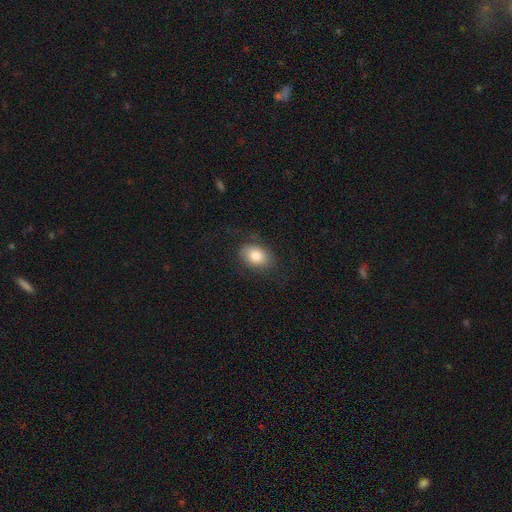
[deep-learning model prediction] smooth 80%, featured or disk 12%, star or artifact 7%. Down the decision tree: how rounded — in between (78%); merging — none (75%).